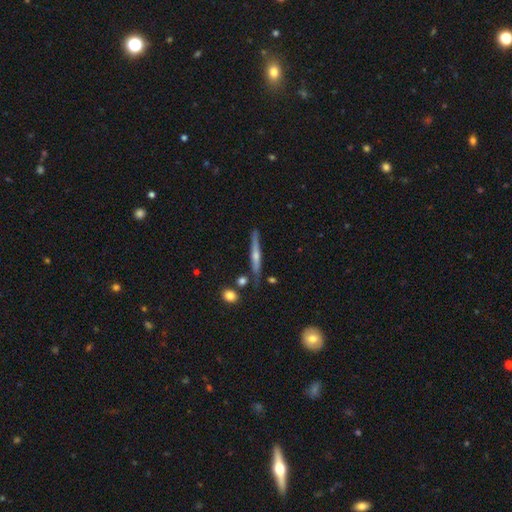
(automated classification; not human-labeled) Smooth or featured? featured or disk (64%)
Edge-on disk? yes (96%)
Edge-on bulge? rounded (72%)
Merging? none (81%)